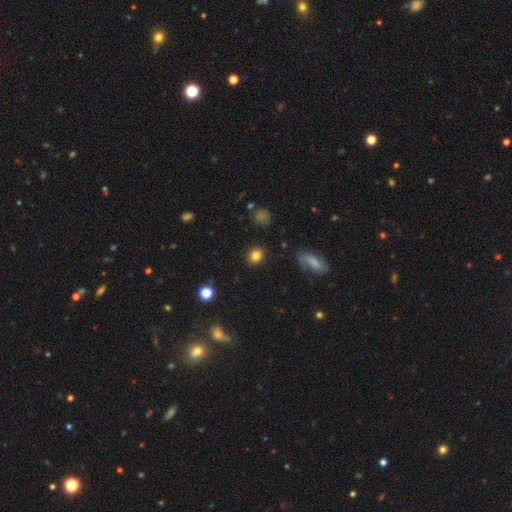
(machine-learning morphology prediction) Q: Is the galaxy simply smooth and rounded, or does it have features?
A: smooth — 82%.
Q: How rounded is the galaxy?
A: round — 71%.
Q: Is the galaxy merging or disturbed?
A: none — 88%.